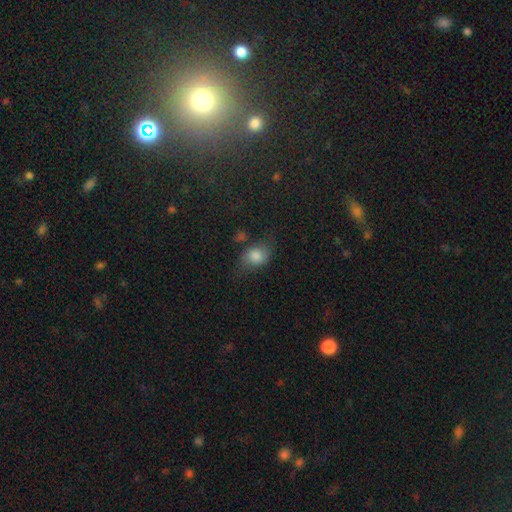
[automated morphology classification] Smooth or featured: smooth — 77% (featured or disk — 12%)
How rounded: in between — 61% (round — 37%)
Merging: none — 51% (minor disturbance — 29%)